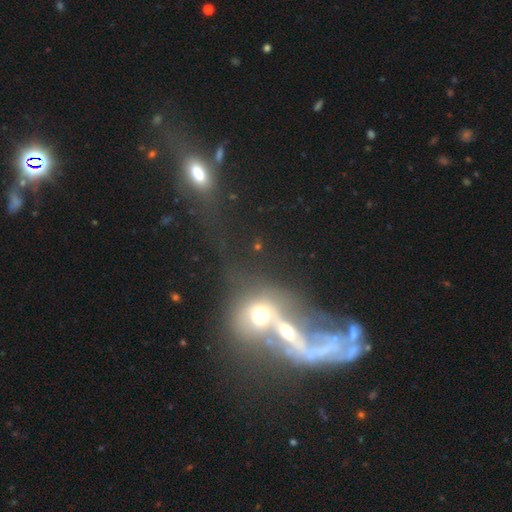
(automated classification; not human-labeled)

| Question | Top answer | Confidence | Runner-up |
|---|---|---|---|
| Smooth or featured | featured or disk | 46% | smooth (33%) |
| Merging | merger | 65% | major disturbance (18%) |